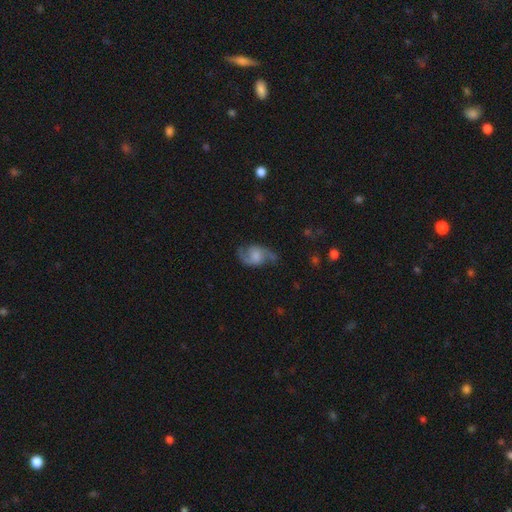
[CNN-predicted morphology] smooth_or_featured: featured or disk (p=0.82) [alt: smooth p=0.12]
disk_edge_on: no (p=0.97) [alt: yes p=0.03]
bar: no (p=0.53) [alt: weak p=0.40]
has_spiral_arms: yes (p=0.96) [alt: no p=0.04]
spiral_winding: loose (p=0.45) [alt: medium p=0.44]
spiral_arm_count: 2 (p=0.92) [alt: can't tell p=0.03]
bulge_size: moderate (p=0.37) [alt: small p=0.34]
merging: none (p=0.71) [alt: minor disturbance p=0.19]